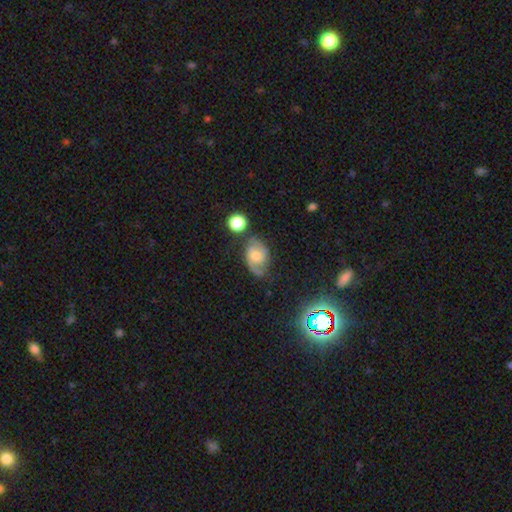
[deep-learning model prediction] Q: Smooth or featured?
A: featured or disk (67%); runner-up: smooth (23%)
Q: Edge-on disk?
A: no (96%); runner-up: yes (4%)
Q: Bar?
A: no (63%); runner-up: weak (31%)
Q: Spiral arms?
A: yes (92%); runner-up: no (8%)
Q: Spiral winding?
A: medium (50%); runner-up: tight (27%)
Q: Spiral arm count?
A: 2 (84%); runner-up: can't tell (8%)
Q: Bulge size?
A: moderate (50%); runner-up: small (33%)
Q: Merging?
A: none (61%); runner-up: minor disturbance (23%)